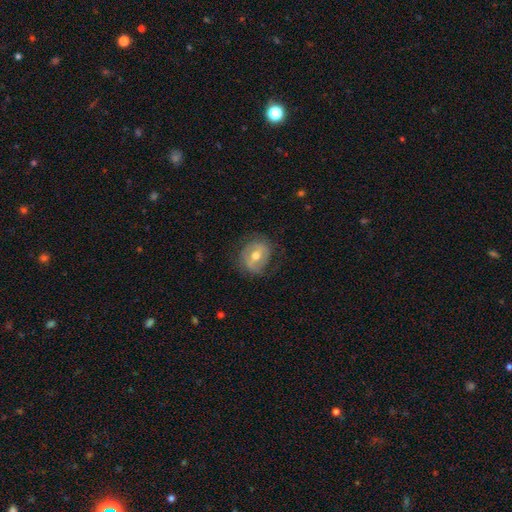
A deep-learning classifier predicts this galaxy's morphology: smooth-or-featured: featured or disk: 62% | smooth: 31% | star or artifact: 7%
  disk-edge-on: no: 96% | yes: 4%
    bar: weak: 45% | no: 29% | strong: 27%
    has-spiral-arms: yes: 63% | no: 37%
    bulge-size: moderate: 77% | small: 15% | large: 6% | none: 1% | dominant: 1%
  merging: none: 70% | minor disturbance: 19% | major disturbance: 10% | merger: 1%